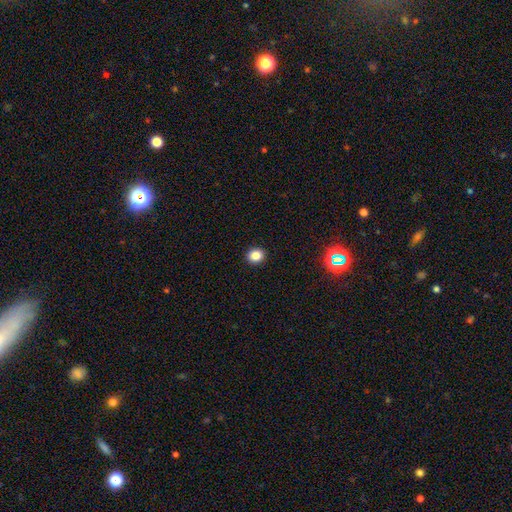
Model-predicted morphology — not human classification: type=smooth (84%); roundness=round (73%); merging=none (92%).